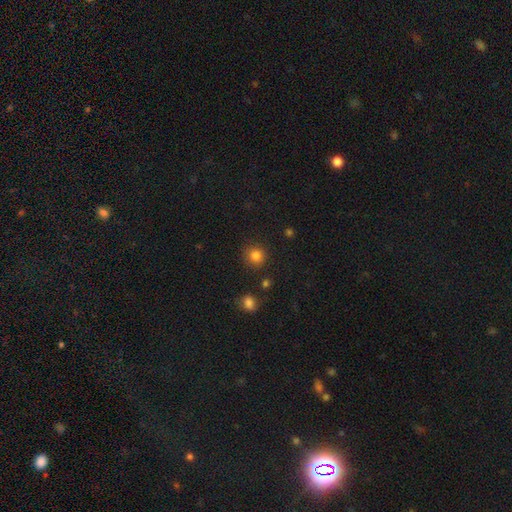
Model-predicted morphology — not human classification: Smooth or featured? Predicted: smooth (p=0.83). How rounded? Predicted: round (p=0.92). Merging? Predicted: none (p=0.87).